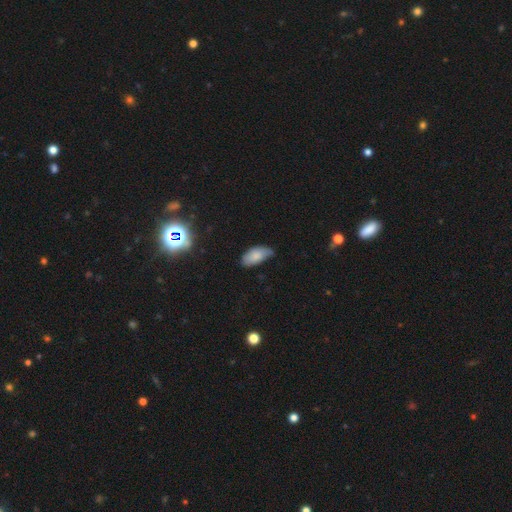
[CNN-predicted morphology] Q: Smooth or featured?
A: smooth (79%); runner-up: featured or disk (12%)
Q: How rounded?
A: in between (93%); runner-up: cigar-shaped (5%)
Q: Merging?
A: none (49%); runner-up: minor disturbance (41%)